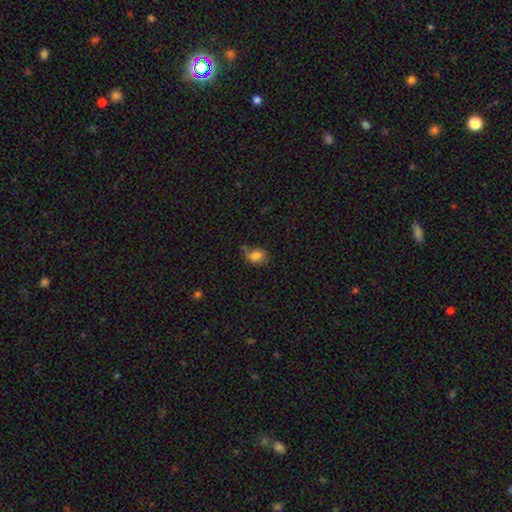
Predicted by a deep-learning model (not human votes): Q: Smooth or featured?
A: smooth (78%); runner-up: featured or disk (11%)
Q: How rounded?
A: in between (61%); runner-up: round (38%)
Q: Merging?
A: none (56%); runner-up: minor disturbance (28%)